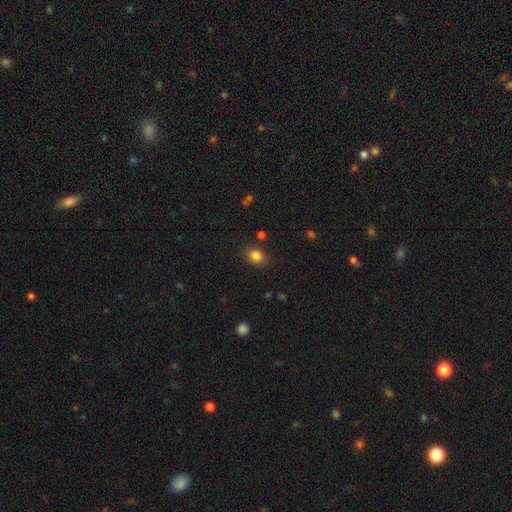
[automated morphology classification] type=smooth (83%); roundness=round (51%); merging=none (80%).